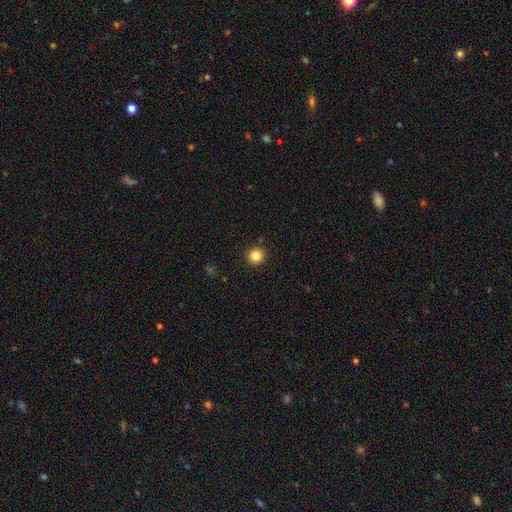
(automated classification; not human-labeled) smooth 83%, star or artifact 12%, featured or disk 5%. Down the decision tree: how rounded — round (94%); merging — none (91%).